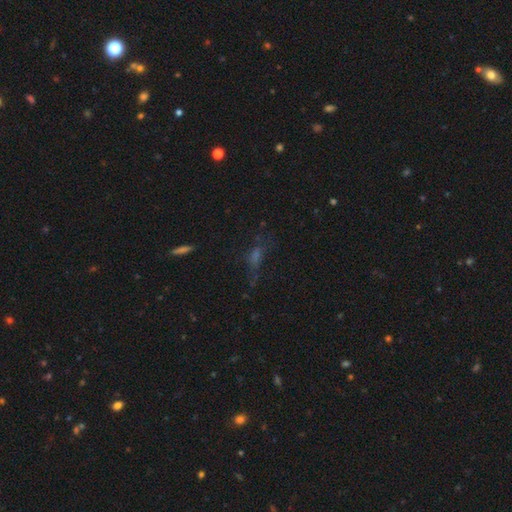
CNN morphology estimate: Overall: star or artifact (37%; smooth 35%).